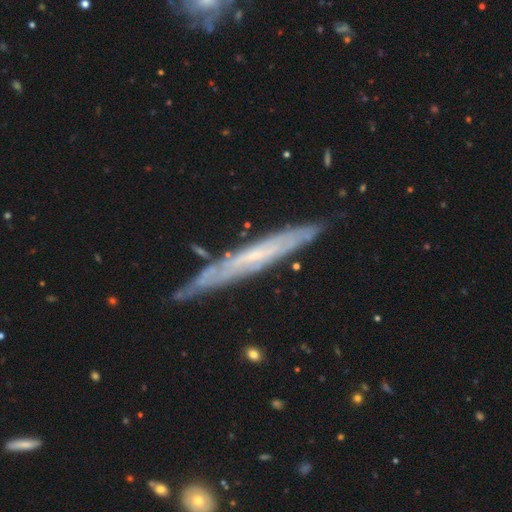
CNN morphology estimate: smooth_or_featured: featured or disk (p=0.70) [alt: smooth p=0.23]
disk_edge_on: yes (p=0.77) [alt: no p=0.23]
edge_on_bulge: none (p=0.74) [alt: rounded p=0.23]
merging: none (p=0.79) [alt: minor disturbance p=0.15]